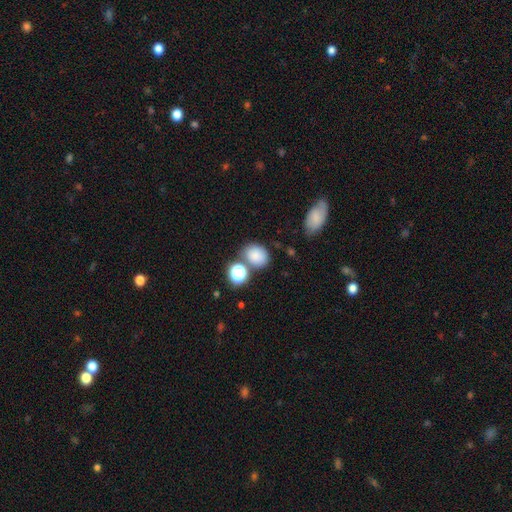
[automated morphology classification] smooth_or_featured: smooth (p=0.79) [alt: star or artifact p=0.13]
how_rounded: in between (p=0.54) [alt: round p=0.45]
merging: none (p=0.63) [alt: merger p=0.17]